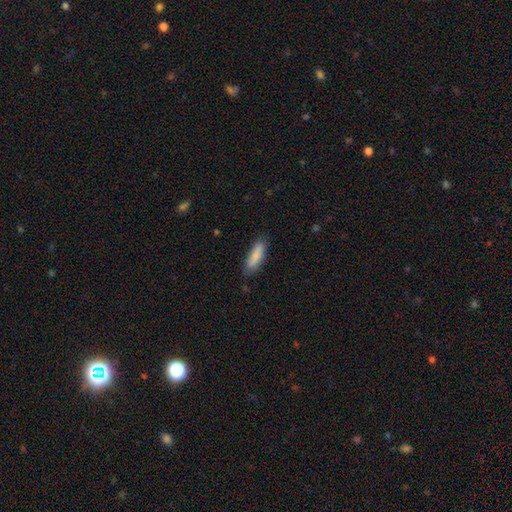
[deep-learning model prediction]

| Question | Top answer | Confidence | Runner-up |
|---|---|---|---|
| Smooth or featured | smooth | 85% | featured or disk (9%) |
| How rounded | cigar-shaped | 54% | in between (44%) |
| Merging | none | 80% | minor disturbance (15%) |